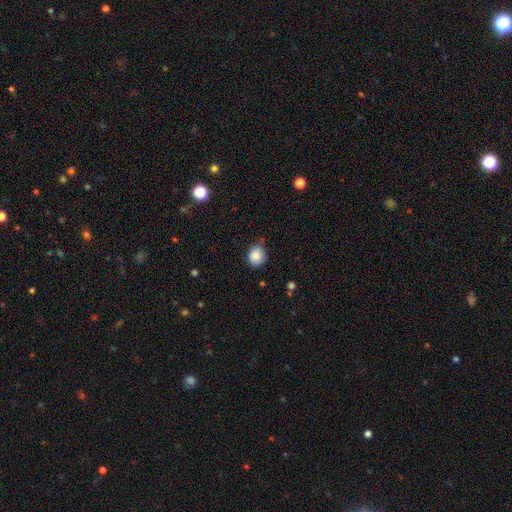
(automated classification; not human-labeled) Morphology: type=smooth (86%); roundness=round (75%); merging=none (71%).